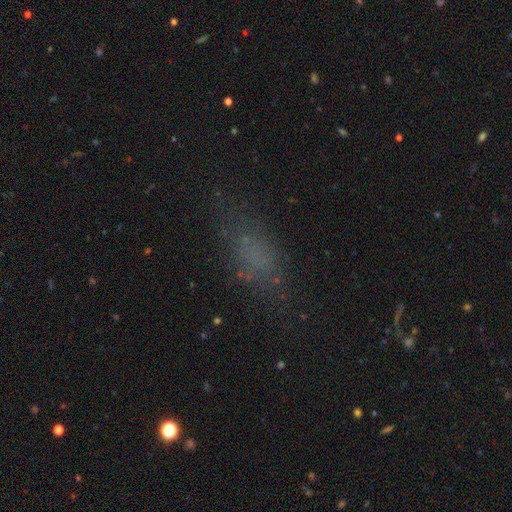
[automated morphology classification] smooth_or_featured: smooth (p=0.56) [alt: star or artifact p=0.22]
how_rounded: in between (p=0.72) [alt: cigar-shaped p=0.20]
merging: none (p=0.60) [alt: minor disturbance p=0.21]